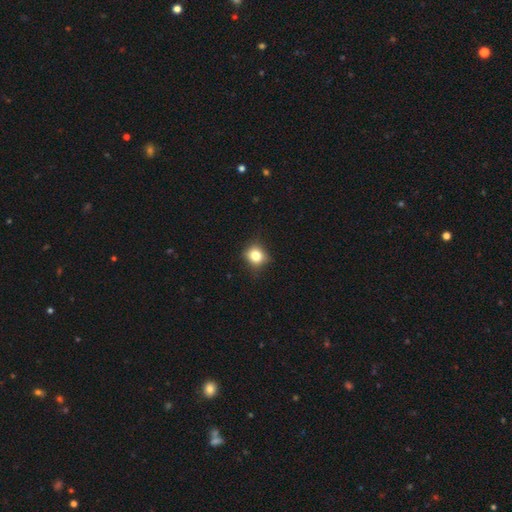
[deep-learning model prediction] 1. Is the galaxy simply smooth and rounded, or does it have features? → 79% smooth, 12% star or artifact, 9% featured or disk.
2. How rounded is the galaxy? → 74% round, 25% in between, 1% cigar-shaped.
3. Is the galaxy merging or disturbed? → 77% none, 18% minor disturbance, 4% major disturbance, 1% merger.